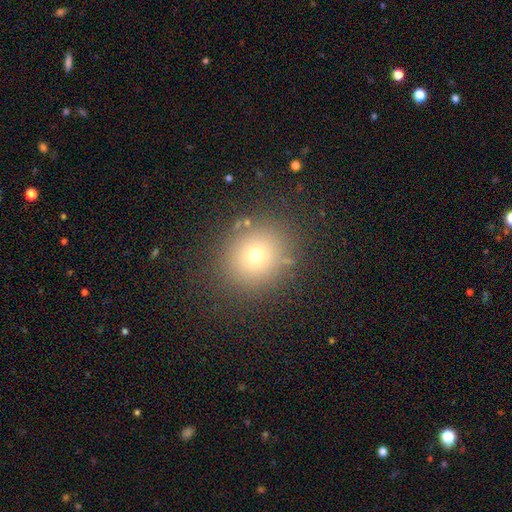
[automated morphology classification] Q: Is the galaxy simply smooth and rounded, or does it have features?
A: smooth — 67%.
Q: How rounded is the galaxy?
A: round — 84%.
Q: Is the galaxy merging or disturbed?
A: none — 84%.